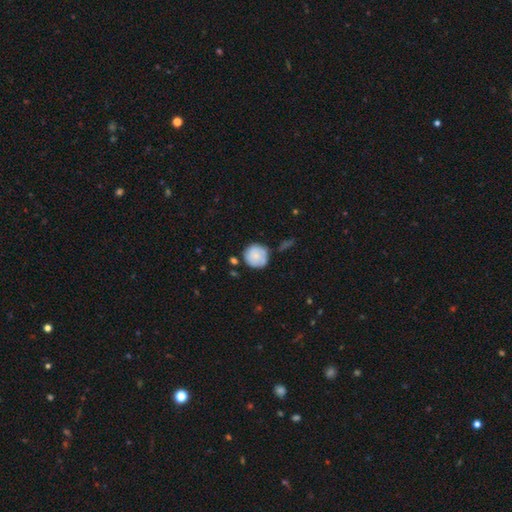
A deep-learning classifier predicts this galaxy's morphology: Q: Smooth or featured?
A: smooth (68%); runner-up: featured or disk (25%)
Q: How rounded?
A: round (91%); runner-up: in between (8%)
Q: Merging?
A: none (71%); runner-up: minor disturbance (19%)